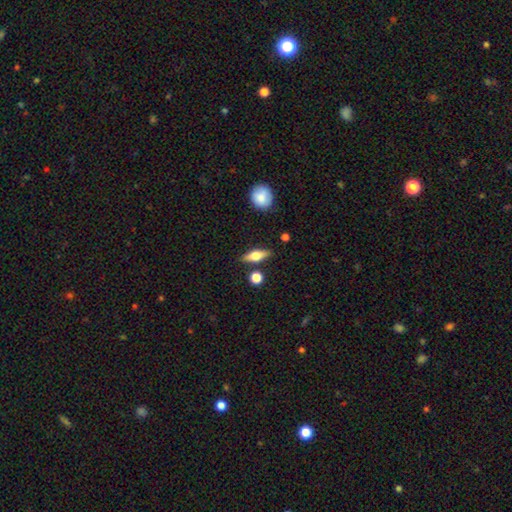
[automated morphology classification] Smooth or featured? Predicted: smooth (p=0.48). Merging? Predicted: none (p=0.83).